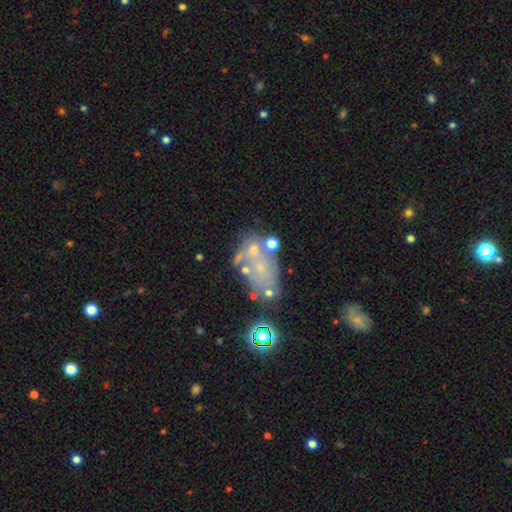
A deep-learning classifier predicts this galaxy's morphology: Q: Smooth or featured?
A: featured or disk (48%); runner-up: smooth (30%)
Q: Merging?
A: none (45%); runner-up: minor disturbance (20%)